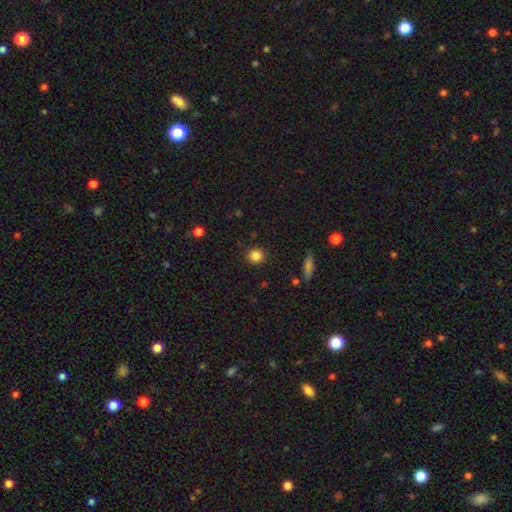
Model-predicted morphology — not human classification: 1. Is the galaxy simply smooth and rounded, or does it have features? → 85% smooth, 11% star or artifact, 4% featured or disk.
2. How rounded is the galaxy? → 89% round, 10% in between, 1% cigar-shaped.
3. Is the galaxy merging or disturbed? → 91% none, 6% minor disturbance, 2% major disturbance, 1% merger.